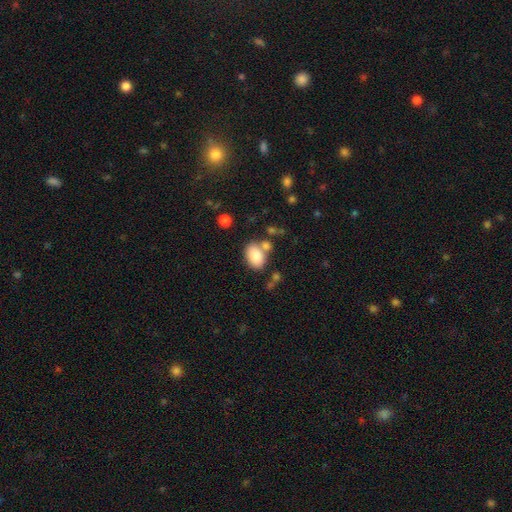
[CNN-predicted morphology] Overall: smooth (85%). How rounded: in between (84%). Merging: none (60%; merger 20%).